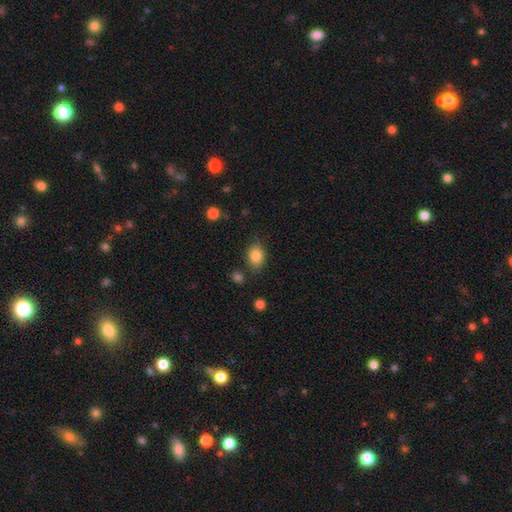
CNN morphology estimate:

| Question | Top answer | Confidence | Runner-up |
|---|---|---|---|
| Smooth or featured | smooth | 85% | star or artifact (9%) |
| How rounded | in between | 67% | round (32%) |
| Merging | none | 78% | minor disturbance (14%) |